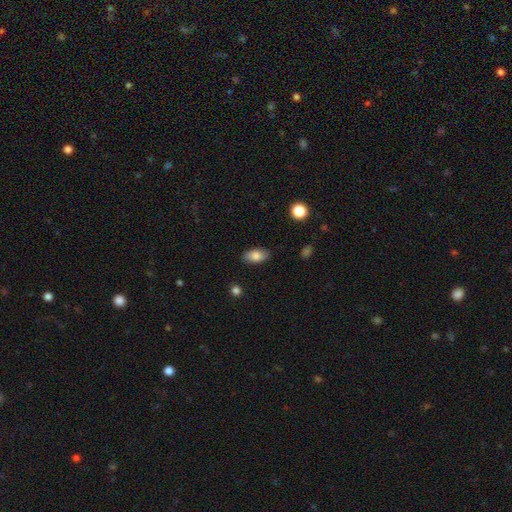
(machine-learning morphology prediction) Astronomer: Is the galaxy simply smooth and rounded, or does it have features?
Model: smooth — 83%.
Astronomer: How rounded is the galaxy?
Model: in between — 92%.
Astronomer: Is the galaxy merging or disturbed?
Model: none — 86%.